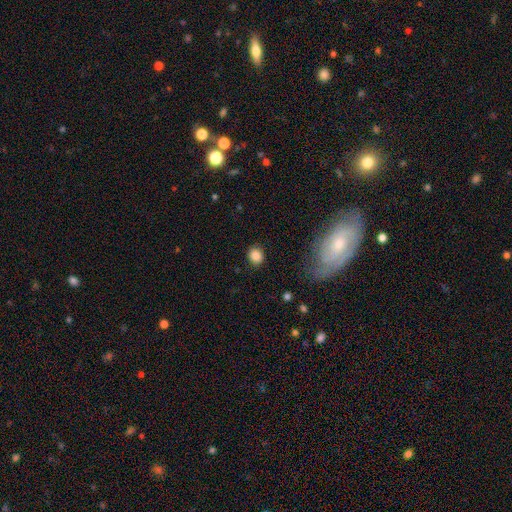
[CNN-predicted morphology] smooth-or-featured: smooth: 85% | star or artifact: 10% | featured or disk: 5%
  how-rounded: round: 76% | in between: 23% | cigar-shaped: 1%
  merging: none: 88% | minor disturbance: 8% | major disturbance: 3% | merger: 1%